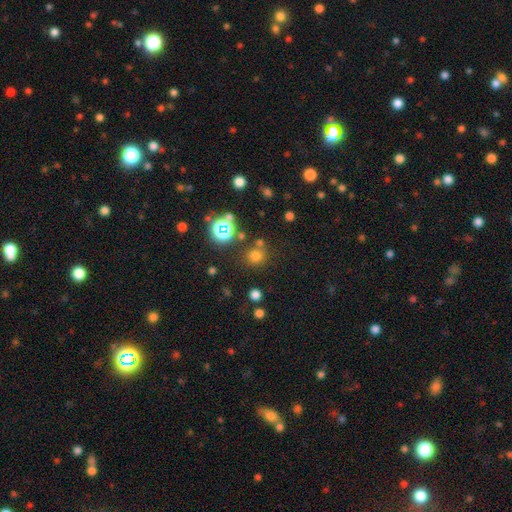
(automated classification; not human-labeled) This appears to be a smooth galaxy with no disk features (67%) that is round (90%). Merging: none (77%).